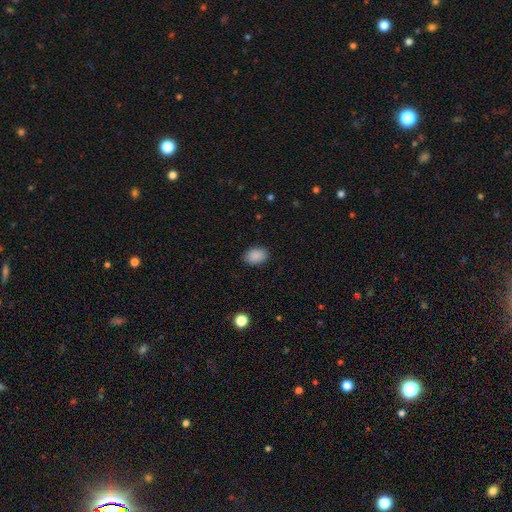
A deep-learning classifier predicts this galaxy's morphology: smooth_or_featured: smooth (p=0.89) [alt: star or artifact p=0.09]
how_rounded: in between (p=0.76) [alt: round p=0.23]
merging: none (p=0.88) [alt: minor disturbance p=0.09]